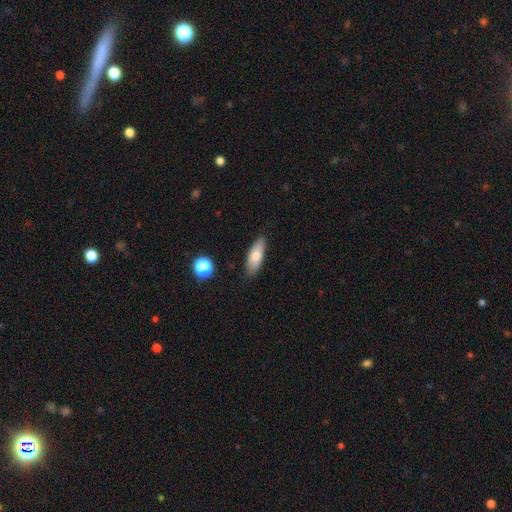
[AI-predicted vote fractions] smooth_or_featured: smooth (p=0.78) [alt: featured or disk p=0.15]
how_rounded: in between (p=0.68) [alt: cigar-shaped p=0.30]
merging: none (p=0.84) [alt: minor disturbance p=0.12]